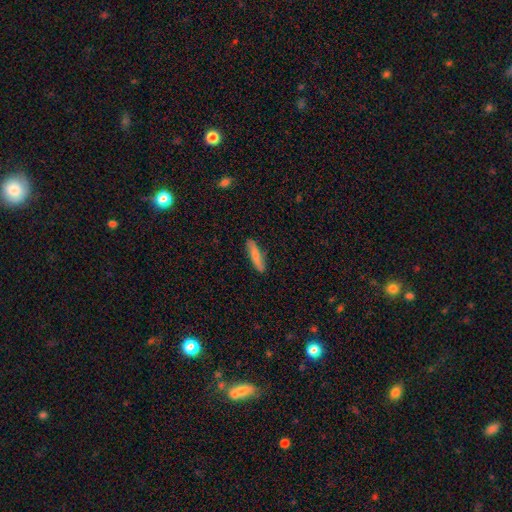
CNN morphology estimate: Q: Smooth or featured?
A: smooth (73%); runner-up: featured or disk (21%)
Q: How rounded?
A: cigar-shaped (80%); runner-up: in between (19%)
Q: Merging?
A: none (84%); runner-up: minor disturbance (13%)